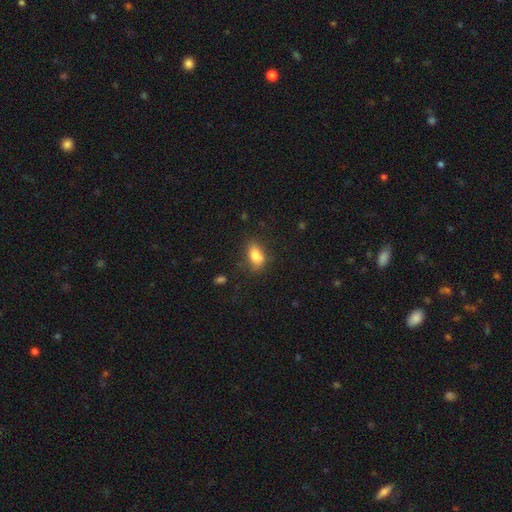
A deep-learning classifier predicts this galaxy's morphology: Smooth or featured? Predicted: smooth (p=0.82). How rounded? Predicted: in between (p=0.86). Merging? Predicted: none (p=0.73).